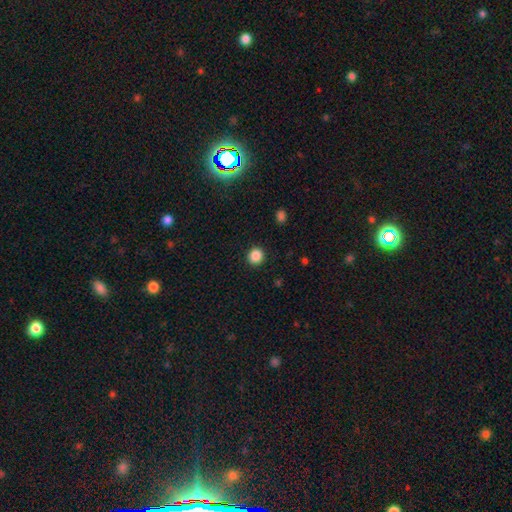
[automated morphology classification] This appears to be a smooth galaxy with no disk features (86%) that is round (89%). Merging: none (91%).